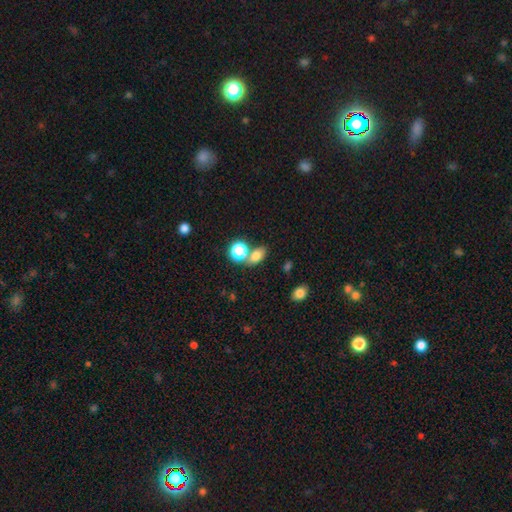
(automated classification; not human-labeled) Smooth or featured? smooth (74%)
How rounded? in between (73%)
Merging? none (56%)